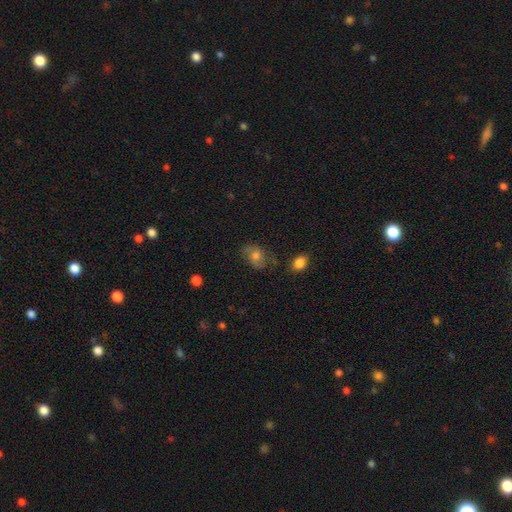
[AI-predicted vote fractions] This appears to be a smooth galaxy with no disk features (62%) that is in between round and cigar-shaped (67%). Merging: none (68%).